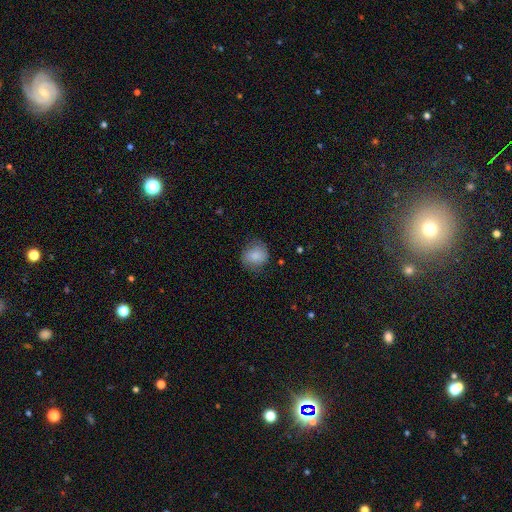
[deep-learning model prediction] This appears to be a smooth galaxy with no disk features (82%) that is round (75%). Merging: none (71%).